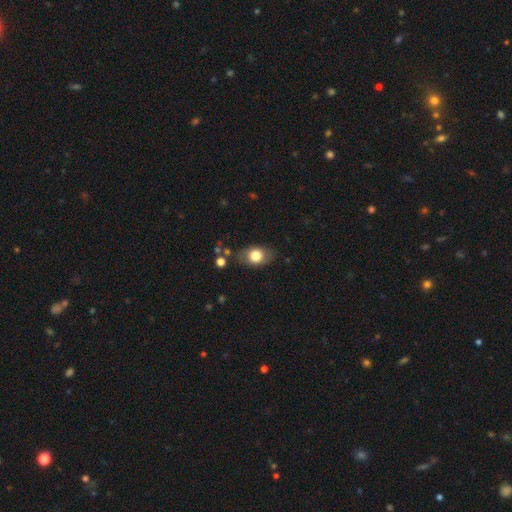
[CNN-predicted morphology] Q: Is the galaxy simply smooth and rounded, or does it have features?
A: smooth — 74%.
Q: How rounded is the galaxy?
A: in between — 77%.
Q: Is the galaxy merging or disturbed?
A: none — 75%.